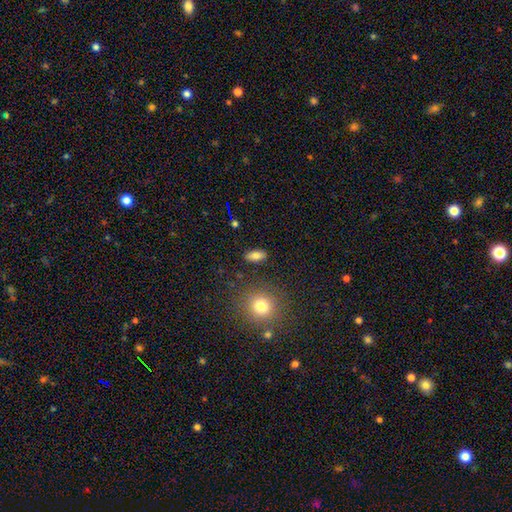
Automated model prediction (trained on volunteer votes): Smooth or featured?
  - smooth: 78% *
  - featured or disk: 11%
  - star or artifact: 11%
How rounded?
  - in between: 84% *
  - cigar-shaped: 10%
  - round: 6%
Merging?
  - none: 87% *
  - minor disturbance: 9%
  - major disturbance: 2%
  - merger: 2%